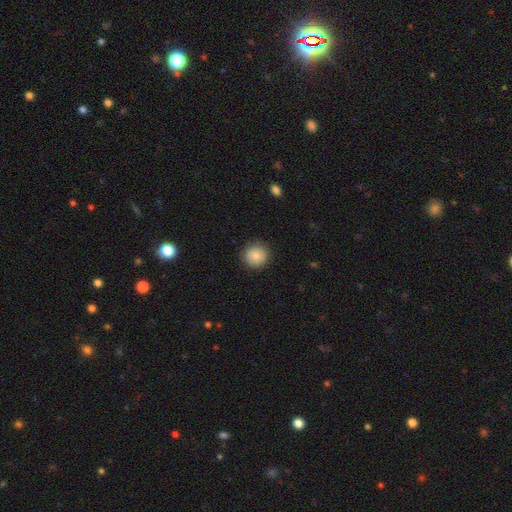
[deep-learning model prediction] Q: Smooth or featured?
A: smooth (81%); runner-up: featured or disk (11%)
Q: How rounded?
A: round (92%); runner-up: in between (8%)
Q: Merging?
A: none (87%); runner-up: minor disturbance (9%)